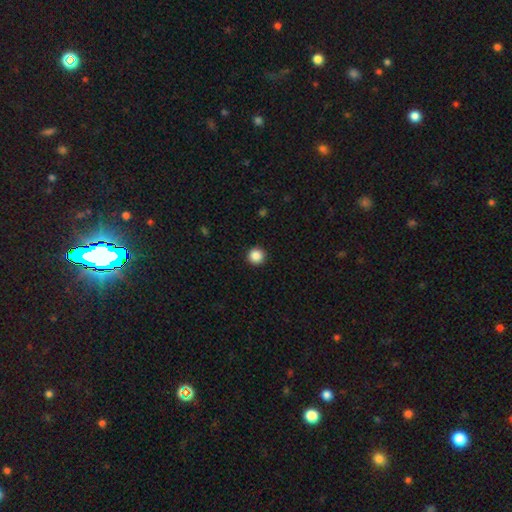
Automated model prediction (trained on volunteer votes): smooth_or_featured: smooth (p=0.88) [alt: star or artifact p=0.10]
how_rounded: round (p=0.96) [alt: in between p=0.03]
merging: none (p=0.93) [alt: minor disturbance p=0.04]